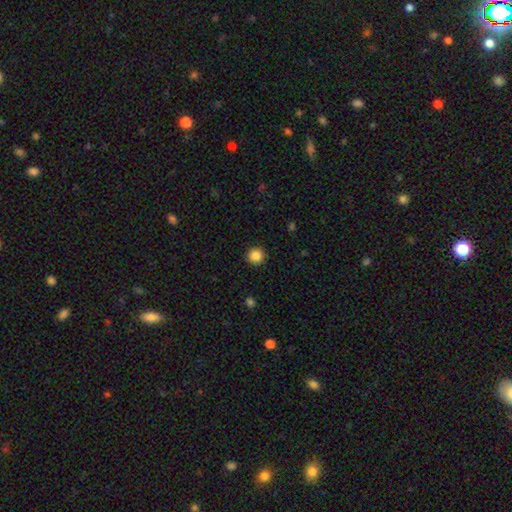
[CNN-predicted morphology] Q: Smooth or featured?
A: smooth (86%); runner-up: star or artifact (10%)
Q: How rounded?
A: round (95%); runner-up: in between (4%)
Q: Merging?
A: none (93%); runner-up: minor disturbance (5%)